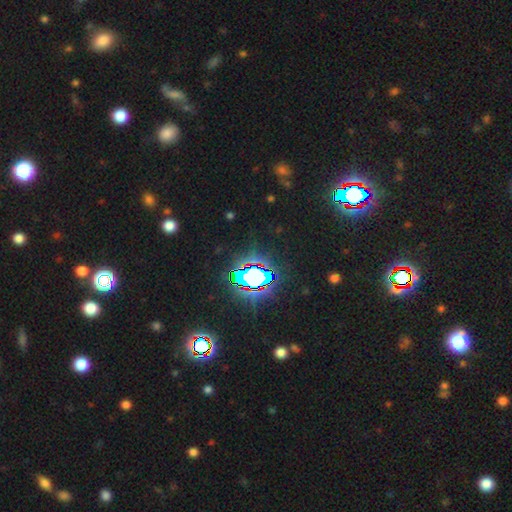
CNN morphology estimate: A star or artifact, not a galaxy (80%).

Vote fractions:
- Smooth or featured? star or artifact: 80% / smooth: 12% / featured or disk: 8%